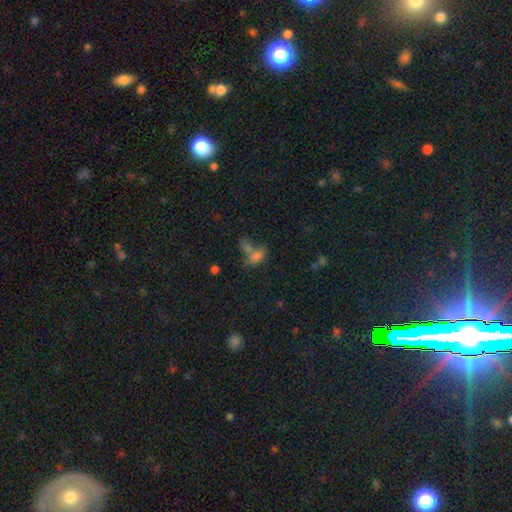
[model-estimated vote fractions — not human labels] Smooth or featured: smooth — 56% (star or artifact — 27%)
How rounded: in between — 69% (round — 23%)
Merging: merger — 44% (none — 34%)